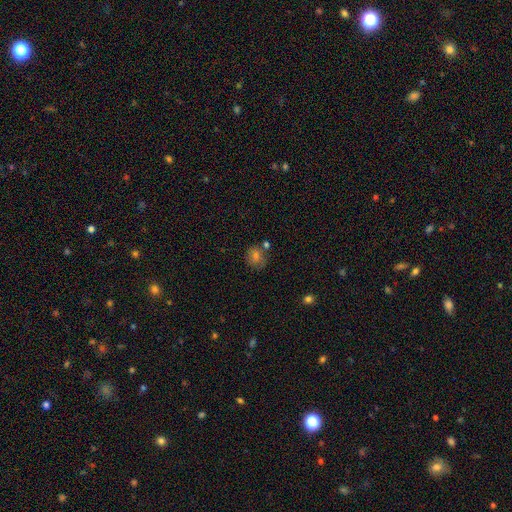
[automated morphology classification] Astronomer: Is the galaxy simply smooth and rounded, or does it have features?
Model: smooth — 62%.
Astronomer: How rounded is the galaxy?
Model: round — 74%.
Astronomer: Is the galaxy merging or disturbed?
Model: none — 68%.